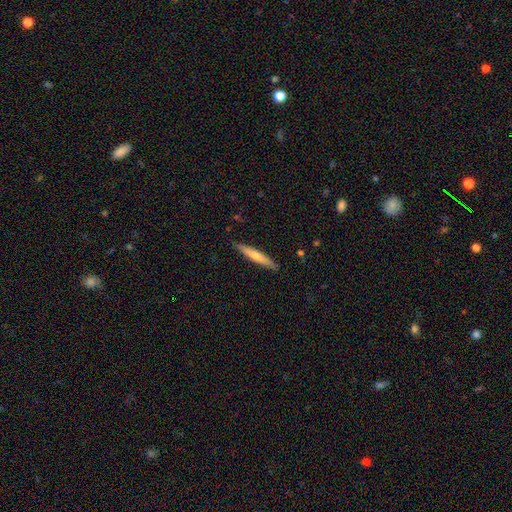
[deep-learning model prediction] A smooth galaxy with no disk features (60%) that is cigar-shaped (95%).

Vote fractions:
- Smooth or featured? smooth: 60% / featured or disk: 35% / star or artifact: 5%
- How rounded? cigar-shaped: 95% / in between: 4% / round: 1%
- Merging? none: 89% / minor disturbance: 8% / major disturbance: 1% / merger: 1%